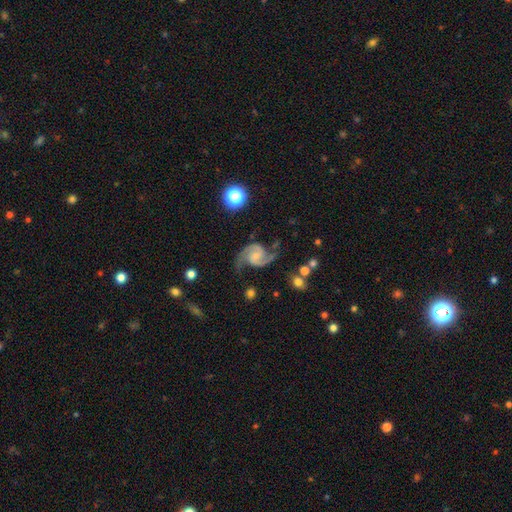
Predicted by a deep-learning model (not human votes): This appears to be a featured or disk galaxy (91%) with no bar (50%), 2 (94%) medium (56%) spiral arms (98%) and a small central bulge (61%). Merging: none (71%).